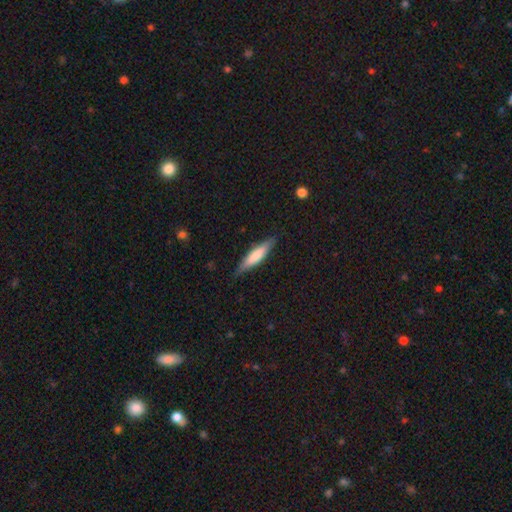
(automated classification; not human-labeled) Smooth or featured?
  - smooth: 63% *
  - featured or disk: 32%
  - star or artifact: 5%
How rounded?
  - cigar-shaped: 81% *
  - in between: 17%
  - round: 1%
Merging?
  - none: 85% *
  - minor disturbance: 12%
  - major disturbance: 2%
  - merger: 1%